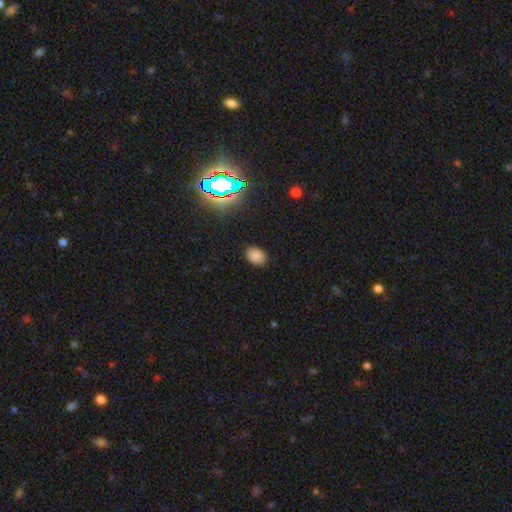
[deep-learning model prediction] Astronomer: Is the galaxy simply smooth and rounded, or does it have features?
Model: smooth — 78%.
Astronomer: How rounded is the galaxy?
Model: in between — 72%.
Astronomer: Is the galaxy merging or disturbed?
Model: none — 85%.